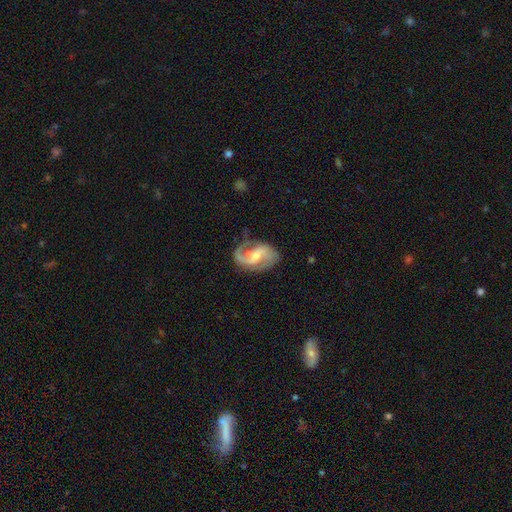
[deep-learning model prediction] A featured or disk galaxy (87%) with a weak bar (51%), 2 (85%) medium (50%) spiral arms (97%) and a small central bulge (51%).

Vote fractions:
- Smooth or featured? featured or disk: 87% / smooth: 8% / star or artifact: 5%
- Edge-on disk? no: 98% / yes: 2%
- Bar? weak: 51% / strong: 24% / no: 24%
- Spiral arms? yes: 97% / no: 3%
- Spiral winding? medium: 50% / loose: 34% / tight: 15%
- Spiral arm count? 2: 85% / 1: 6% / can't tell: 4% / 3: 3% / 4: 1% / more than 4: 1%
- Bulge size? small: 51% / moderate: 41% / none: 5% / large: 2% / dominant: 1%
- Merging? none: 66% / minor disturbance: 21% / major disturbance: 11% / merger: 2%